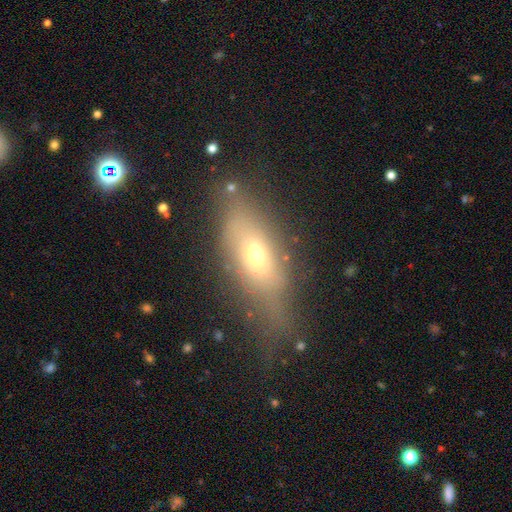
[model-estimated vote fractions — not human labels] Q: Smooth or featured?
A: smooth (51%); runner-up: featured or disk (37%)
Q: How rounded?
A: in between (62%); runner-up: cigar-shaped (34%)
Q: Merging?
A: none (57%); runner-up: minor disturbance (25%)